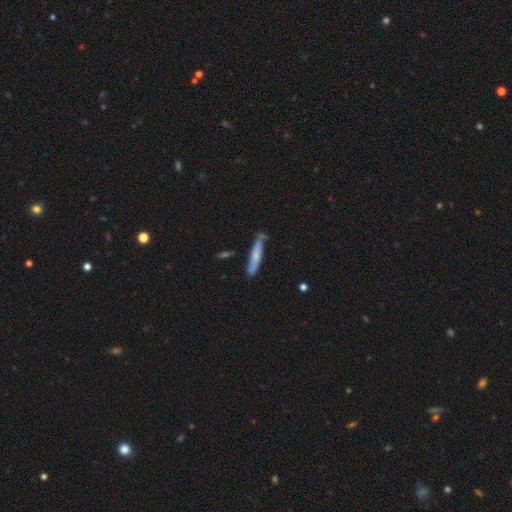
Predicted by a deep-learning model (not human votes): Overall: smooth (57%; featured or disk 36%). How rounded: cigar-shaped (88%). Merging: none (67%).